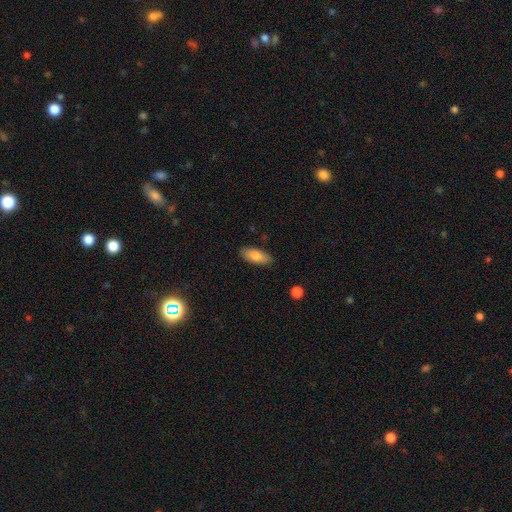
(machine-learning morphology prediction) type=smooth (80%); roundness=in between (84%); merging=none (87%).